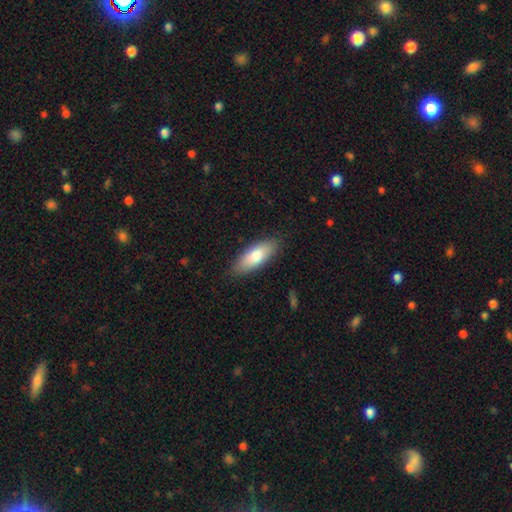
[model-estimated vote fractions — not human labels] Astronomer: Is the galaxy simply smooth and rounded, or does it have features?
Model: smooth — 79%.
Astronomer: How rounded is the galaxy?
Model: in between — 71%.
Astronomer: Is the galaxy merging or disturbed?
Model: none — 86%.